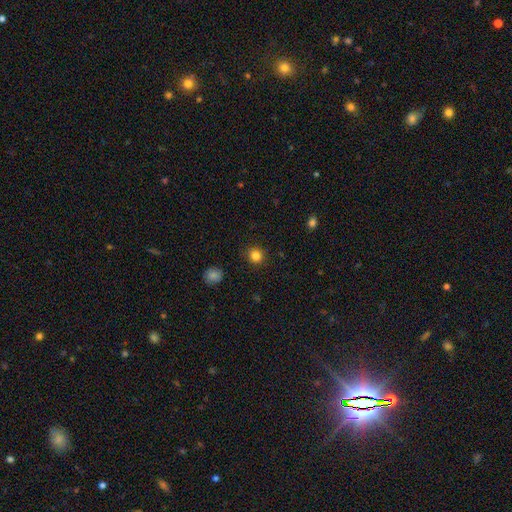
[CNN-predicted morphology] This appears to be a smooth galaxy with no disk features (83%) that is round (92%). Merging: none (91%).